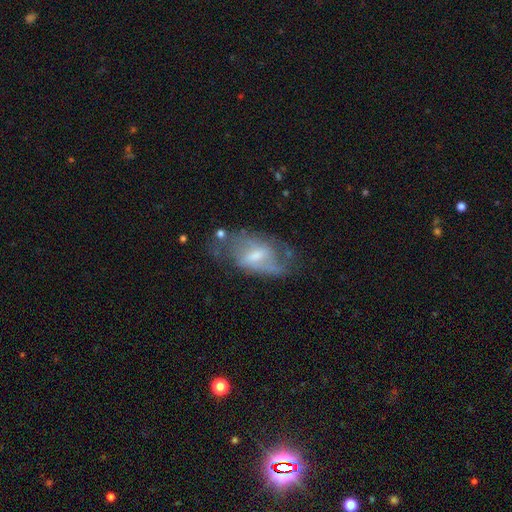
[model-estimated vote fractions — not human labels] This is likely a featured or disk galaxy (72%). It is clearly not viewed edge-on (92%). Bar: possibly weak (54%). Spiral arm pattern: likely yes (79%). Spiral arm count: likely 2 (69%). Spiral winding: marginally medium (44%). Central bulge: possibly small (45%). Merging: possibly none (57%).